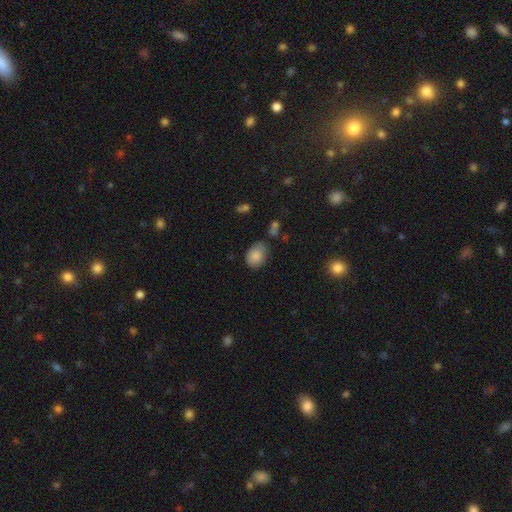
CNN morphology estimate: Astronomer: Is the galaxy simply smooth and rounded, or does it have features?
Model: smooth — 85%.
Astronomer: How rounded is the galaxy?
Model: in between — 71%.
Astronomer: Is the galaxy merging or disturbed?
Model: none — 61%.